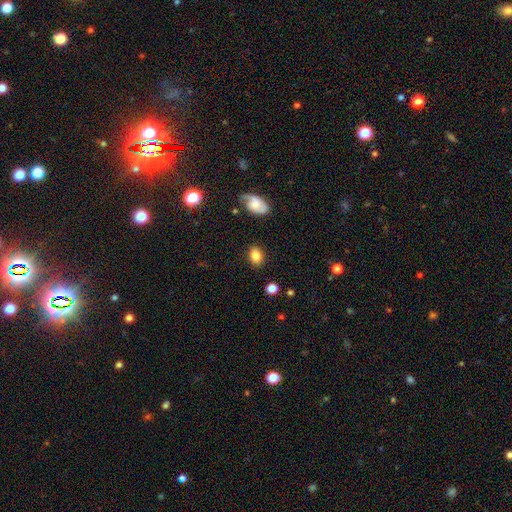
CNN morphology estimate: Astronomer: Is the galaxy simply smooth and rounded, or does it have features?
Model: smooth — 82%.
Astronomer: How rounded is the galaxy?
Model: in between — 77%.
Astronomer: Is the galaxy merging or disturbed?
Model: none — 85%.